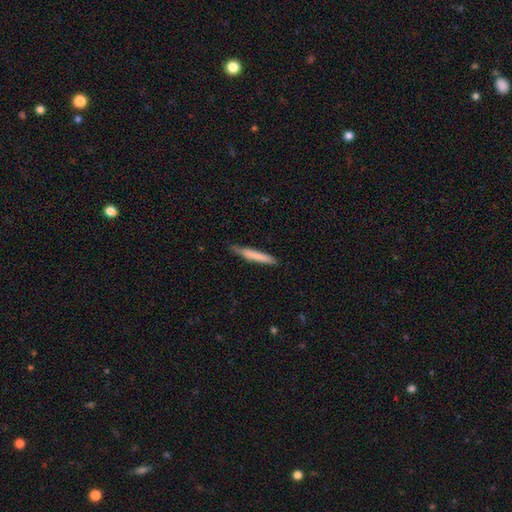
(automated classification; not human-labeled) This is likely a smooth galaxy (72%). How rounded: clearly cigar-shaped (95%). Merging: likely none (78%).